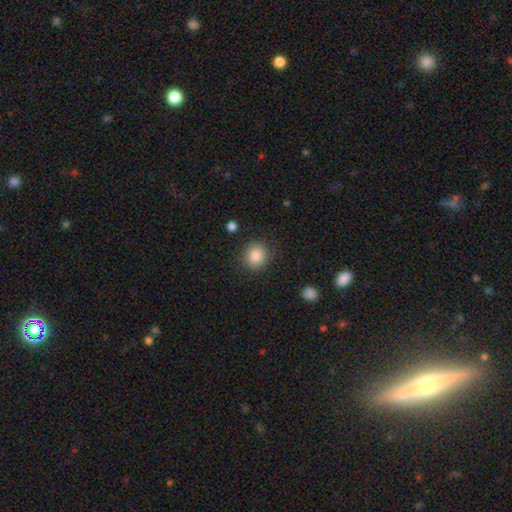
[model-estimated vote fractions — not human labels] smooth_or_featured: smooth (p=0.85) [alt: star or artifact p=0.10]
how_rounded: round (p=0.85) [alt: in between p=0.14]
merging: none (p=0.88) [alt: minor disturbance p=0.08]